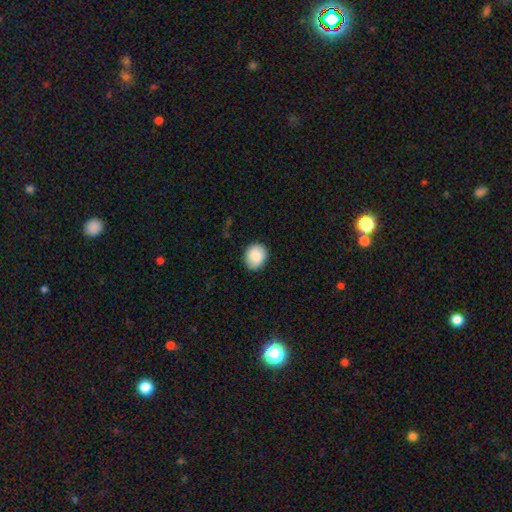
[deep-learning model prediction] A smooth galaxy with no disk features (84%) that is round (65%).

Vote fractions:
- Smooth or featured? smooth: 84% / featured or disk: 8% / star or artifact: 7%
- How rounded? round: 65% / in between: 34% / cigar-shaped: 1%
- Merging? none: 86% / minor disturbance: 11% / major disturbance: 2% / merger: 1%